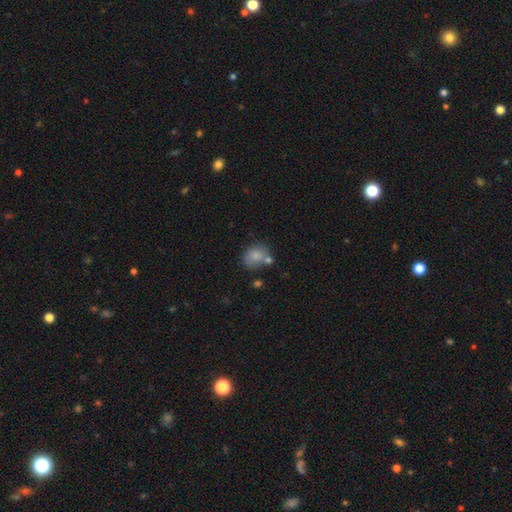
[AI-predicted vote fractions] smooth-or-featured: smooth: 81% | featured or disk: 10% | star or artifact: 9%
  how-rounded: in between: 58% | round: 41% | cigar-shaped: 1%
  merging: none: 57% | minor disturbance: 19% | merger: 18% | major disturbance: 6%